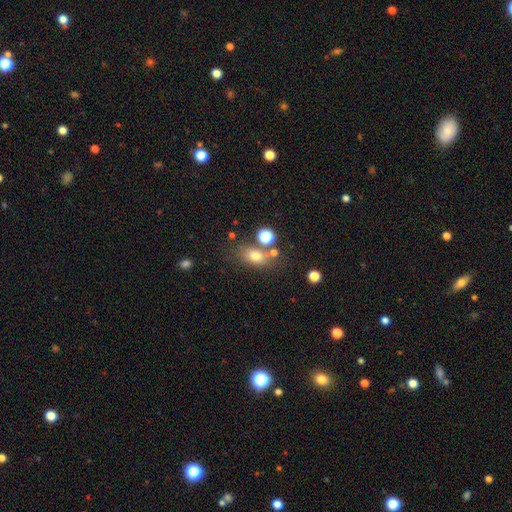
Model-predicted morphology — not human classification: This appears to be a smooth galaxy with no disk features (72%) that is in between round and cigar-shaped (65%). Merging: none (59%).